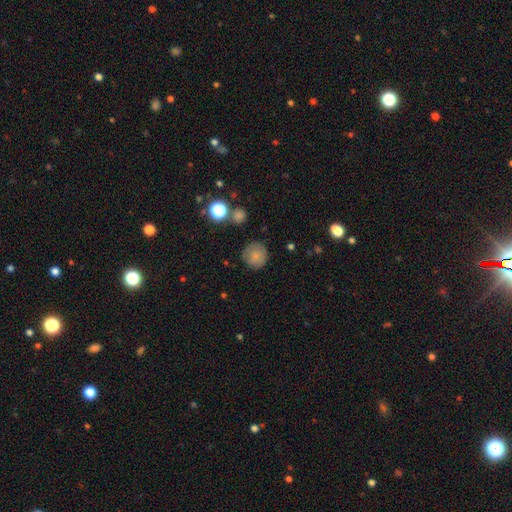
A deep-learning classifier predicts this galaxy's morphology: Q: Smooth or featured?
A: smooth (79%); runner-up: star or artifact (11%)
Q: How rounded?
A: round (93%); runner-up: in between (6%)
Q: Merging?
A: none (82%); runner-up: minor disturbance (12%)